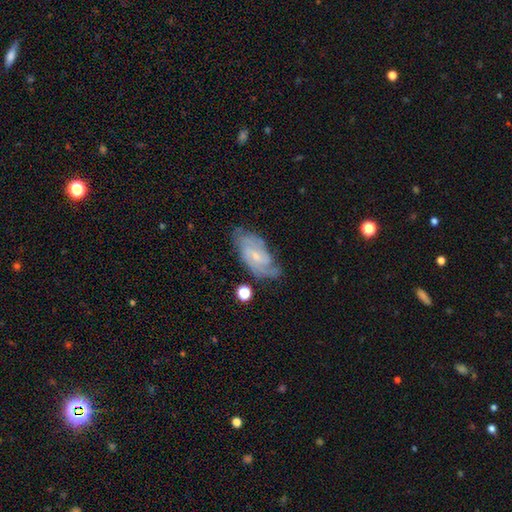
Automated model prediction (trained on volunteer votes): Morphology: type=featured or disk (78%); edge-on=no (95%); bar=no (46%); spiral arms=yes (94%); winding=tight (48%); arm count=2 (41%); bulge=small (68%); merging=none (66%).